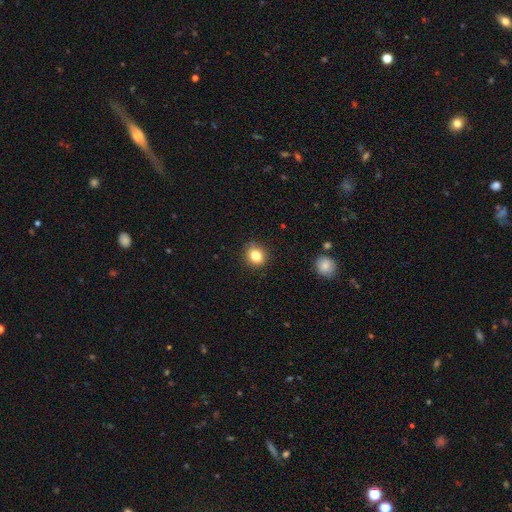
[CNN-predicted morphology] smooth-or-featured: smooth: 82% | star or artifact: 11% | featured or disk: 7%
  how-rounded: round: 68% | in between: 31% | cigar-shaped: 1%
  merging: none: 87% | minor disturbance: 10% | major disturbance: 2% | merger: 1%